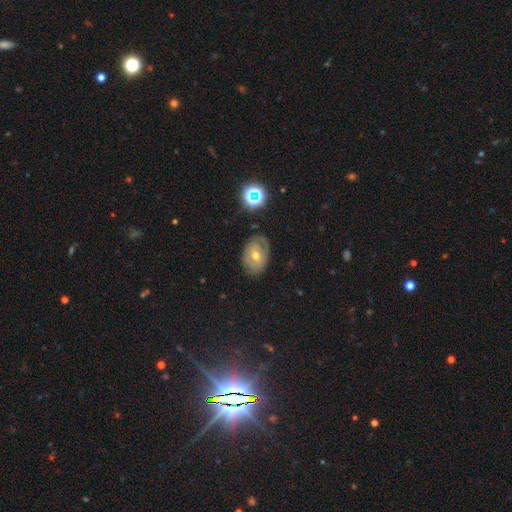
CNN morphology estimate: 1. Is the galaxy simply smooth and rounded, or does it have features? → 53% featured or disk, 33% smooth, 14% star or artifact.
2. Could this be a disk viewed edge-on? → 93% no, 7% yes.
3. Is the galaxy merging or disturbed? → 70% none, 21% minor disturbance, 7% major disturbance, 2% merger.